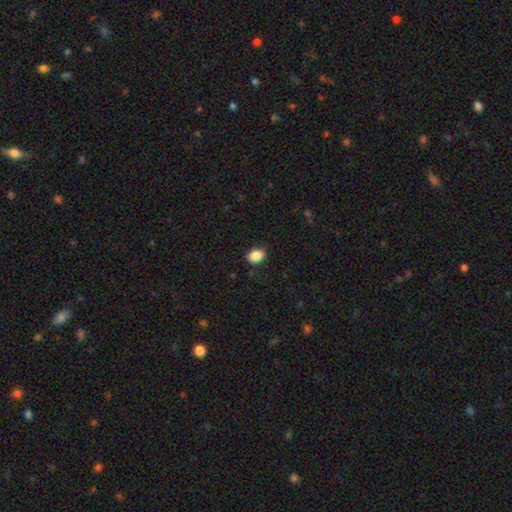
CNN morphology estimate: smooth_or_featured: smooth (p=0.88) [alt: star or artifact p=0.08]
how_rounded: in between (p=0.72) [alt: round p=0.27]
merging: none (p=0.88) [alt: minor disturbance p=0.09]